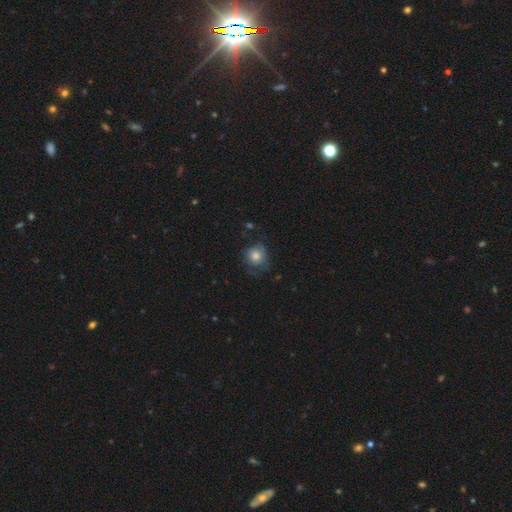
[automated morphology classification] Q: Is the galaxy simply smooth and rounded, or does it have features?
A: smooth — 69%.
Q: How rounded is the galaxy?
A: round — 82%.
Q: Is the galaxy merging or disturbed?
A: none — 58%.